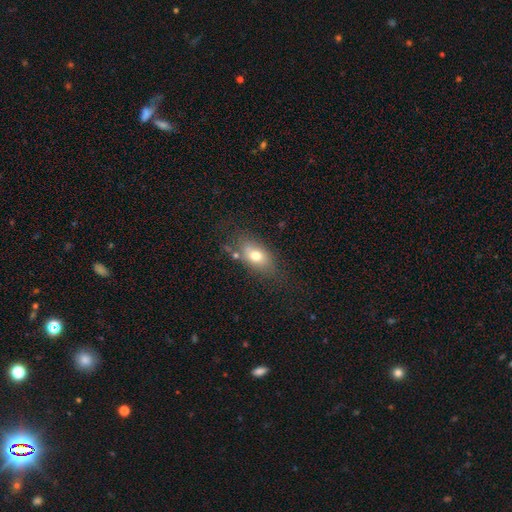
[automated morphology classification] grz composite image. It shows a smooth galaxy with no disk features (72%) that is in between round and cigar-shaped (82%). Merging: none (67%).